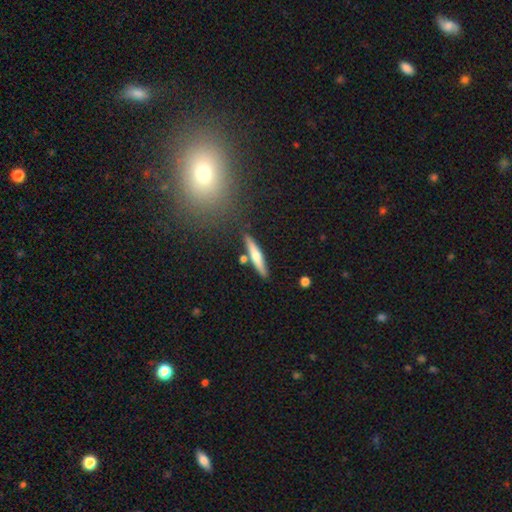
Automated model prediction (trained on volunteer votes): Smooth or featured: smooth — 53% (featured or disk — 40%)
How rounded: cigar-shaped — 89% (in between — 9%)
Merging: none — 79% (minor disturbance — 10%)